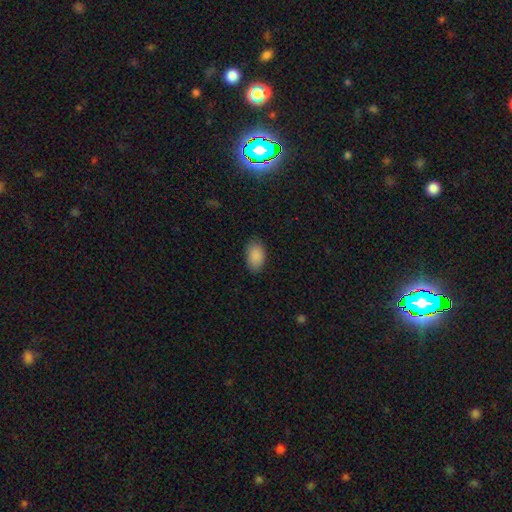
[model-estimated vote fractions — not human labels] smooth 90%, star or artifact 7%, featured or disk 3%. Down the decision tree: how rounded — in between (92%); merging — none (86%).